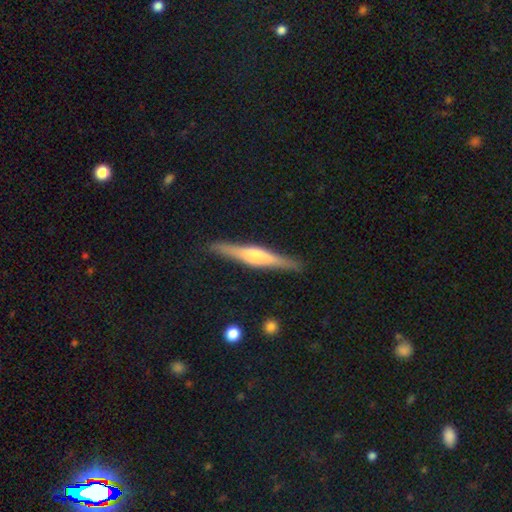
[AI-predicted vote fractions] Overall: featured or disk (66%; smooth 28%). Edge-on disk: yes (97%). Edge-on bulge: rounded (73%). Merging: none (89%).